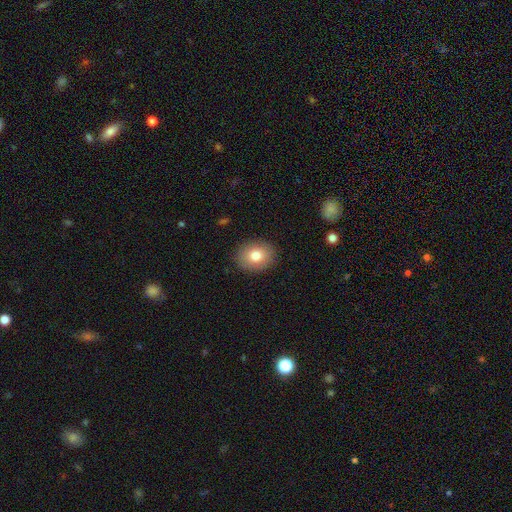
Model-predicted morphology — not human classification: Smooth or featured? Predicted: smooth (p=0.79). How rounded? Predicted: round (p=0.50). Merging? Predicted: none (p=0.88).